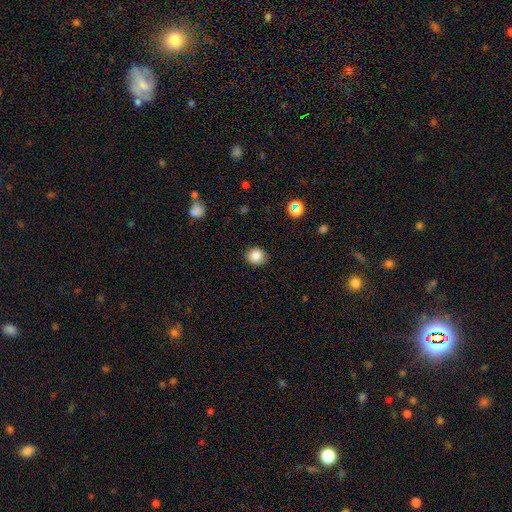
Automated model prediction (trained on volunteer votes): Q: Smooth or featured?
A: smooth (84%); runner-up: star or artifact (10%)
Q: How rounded?
A: round (76%); runner-up: in between (23%)
Q: Merging?
A: none (88%); runner-up: minor disturbance (9%)